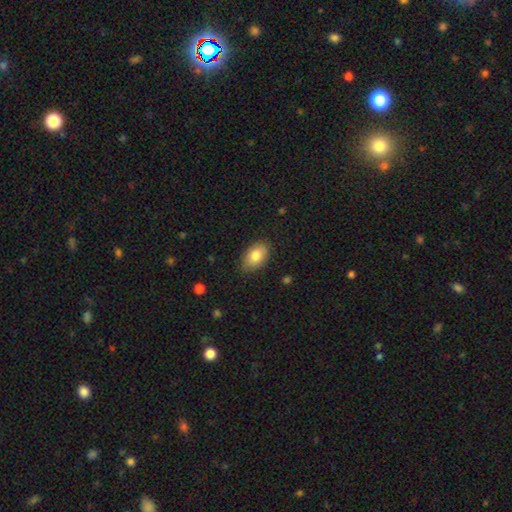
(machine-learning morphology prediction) smooth_or_featured: smooth (p=0.82) [alt: featured or disk p=0.11]
how_rounded: in between (p=0.90) [alt: round p=0.08]
merging: none (p=0.84) [alt: minor disturbance p=0.13]